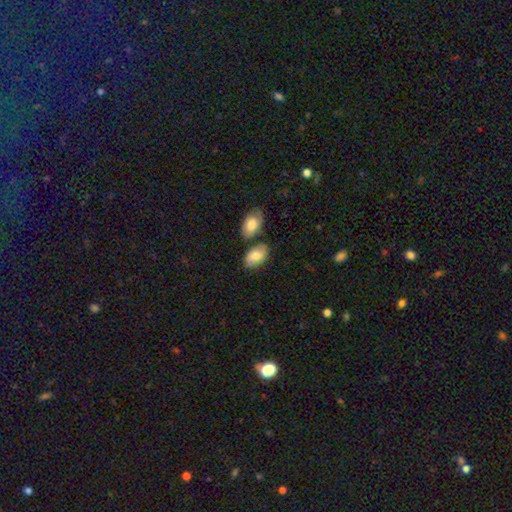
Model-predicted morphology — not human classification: The model was most divided on "merging": none: 57%, merger: 19%, minor disturbance: 19%, major disturbance: 5%. More confident: how rounded — in between (92%); smooth or featured — smooth (75%).